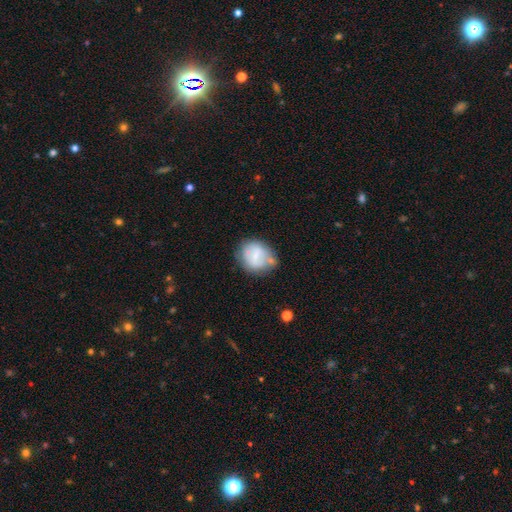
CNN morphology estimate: Smooth or featured? Predicted: smooth (p=0.58). How rounded? Predicted: round (p=0.66). Merging? Predicted: none (p=0.55).